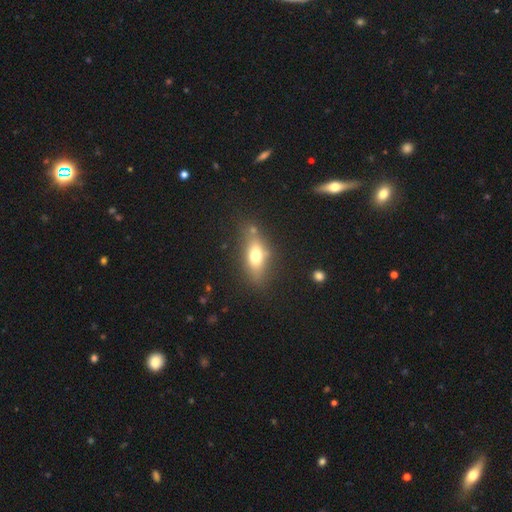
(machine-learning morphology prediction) Smooth or featured? Predicted: smooth (p=0.66). How rounded? Predicted: in between (p=0.73). Merging? Predicted: none (p=0.73).